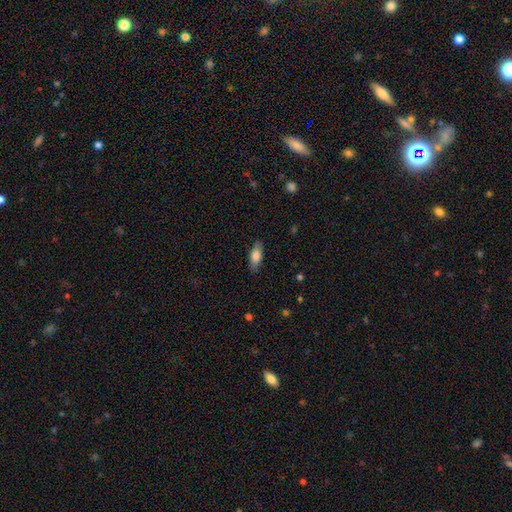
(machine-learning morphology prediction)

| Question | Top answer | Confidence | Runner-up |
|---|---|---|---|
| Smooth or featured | smooth | 77% | featured or disk (17%) |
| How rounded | in between | 73% | cigar-shaped (24%) |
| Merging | none | 85% | minor disturbance (11%) |